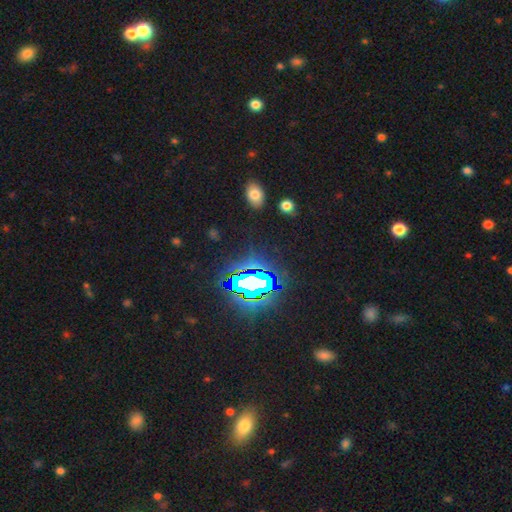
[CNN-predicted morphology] Smooth or featured? Predicted: star or artifact (p=0.80).